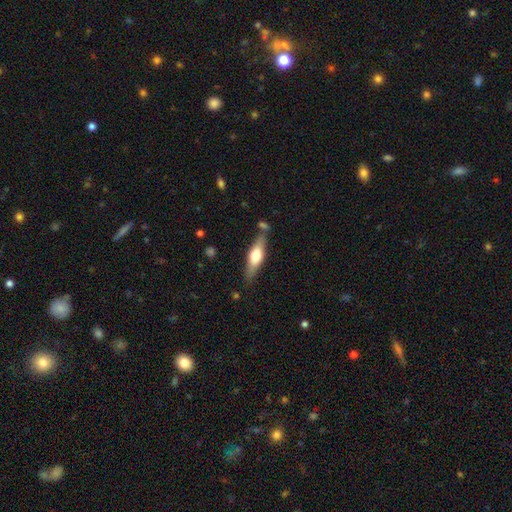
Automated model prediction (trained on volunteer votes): Smooth or featured: featured or disk — 49% (smooth — 46%)
Merging: none — 77% (minor disturbance — 14%)